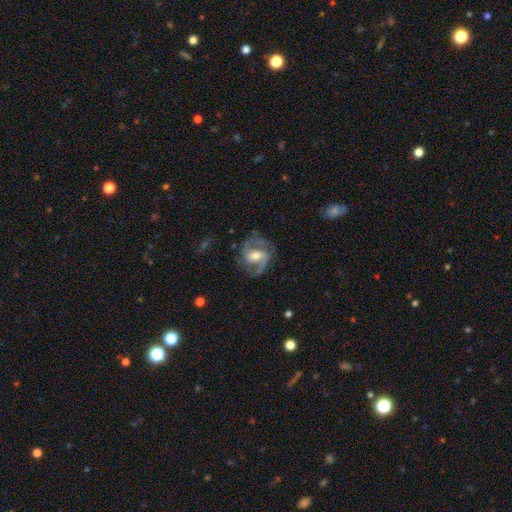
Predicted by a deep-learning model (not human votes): Q: Smooth or featured?
A: featured or disk (86%); runner-up: smooth (9%)
Q: Edge-on disk?
A: no (97%); runner-up: yes (3%)
Q: Bar?
A: weak (47%); runner-up: no (28%)
Q: Spiral arms?
A: yes (95%); runner-up: no (5%)
Q: Spiral winding?
A: medium (56%); runner-up: loose (22%)
Q: Spiral arm count?
A: 2 (88%); runner-up: can't tell (4%)
Q: Bulge size?
A: moderate (61%); runner-up: small (29%)
Q: Merging?
A: none (74%); runner-up: minor disturbance (16%)